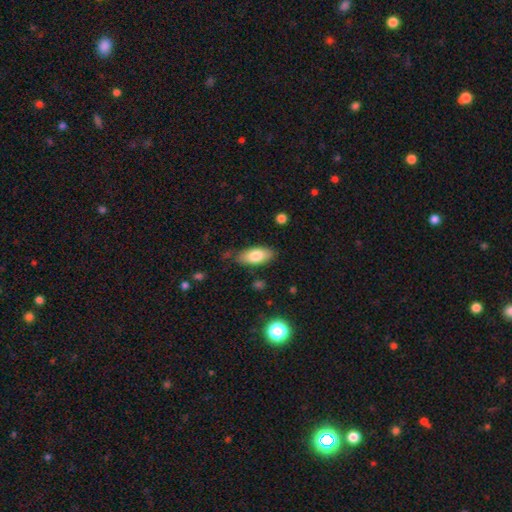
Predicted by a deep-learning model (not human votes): Smooth or featured: smooth — 80% (featured or disk — 14%)
How rounded: in between — 86% (cigar-shaped — 11%)
Merging: none — 80% (minor disturbance — 15%)